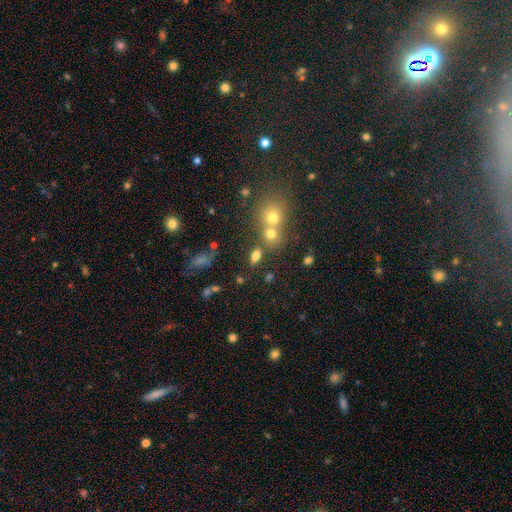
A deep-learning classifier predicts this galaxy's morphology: Smooth or featured? Predicted: smooth (p=0.74). How rounded? Predicted: in between (p=0.77). Merging? Predicted: none (p=0.61).